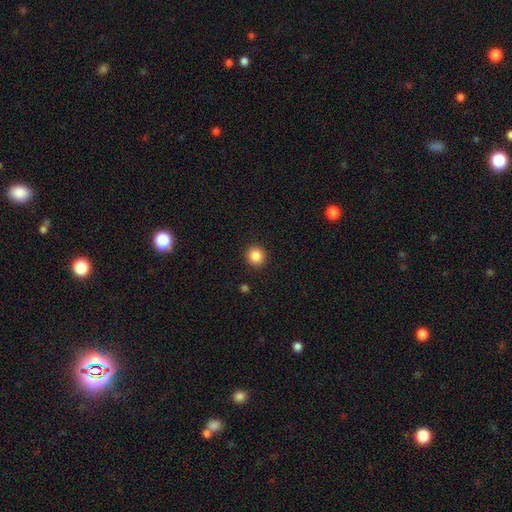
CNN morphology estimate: smooth-or-featured: smooth: 86% | star or artifact: 10% | featured or disk: 4%
  how-rounded: round: 92% | in between: 7% | cigar-shaped: 1%
  merging: none: 92% | minor disturbance: 5% | major disturbance: 2% | merger: 1%